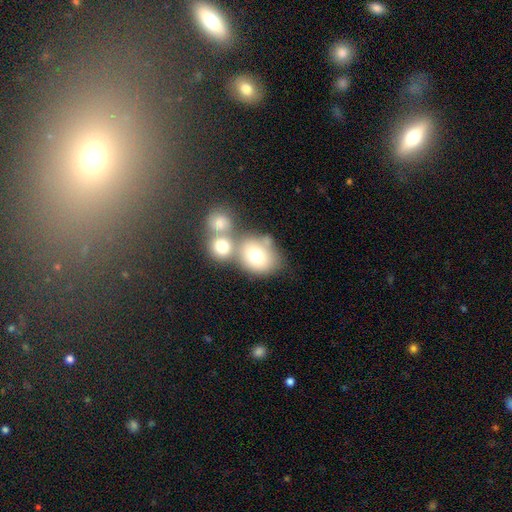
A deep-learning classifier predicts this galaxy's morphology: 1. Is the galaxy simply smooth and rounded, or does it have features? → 71% smooth, 18% featured or disk, 11% star or artifact.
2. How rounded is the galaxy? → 60% round, 39% in between, 1% cigar-shaped.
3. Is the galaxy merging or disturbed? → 44% merger, 40% none, 11% minor disturbance, 5% major disturbance.